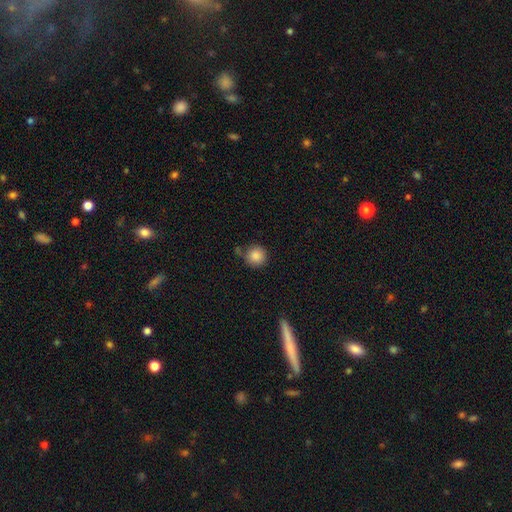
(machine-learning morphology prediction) smooth_or_featured: smooth (p=0.87) [alt: star or artifact p=0.09]
how_rounded: round (p=0.94) [alt: in between p=0.05]
merging: none (p=0.74) [alt: minor disturbance p=0.14]